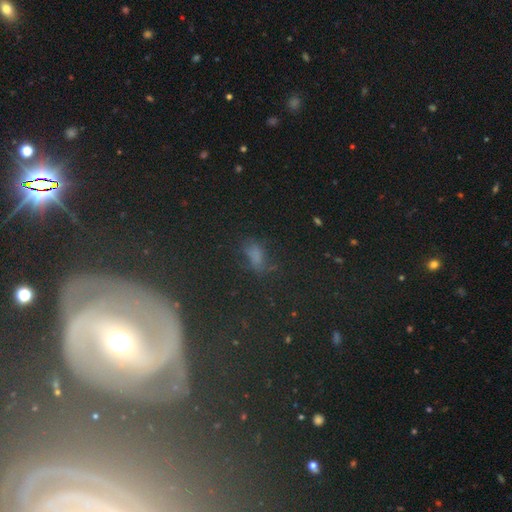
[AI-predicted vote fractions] Smooth or featured: smooth — 50% (star or artifact — 36%)
Merging: none — 50% (minor disturbance — 25%)